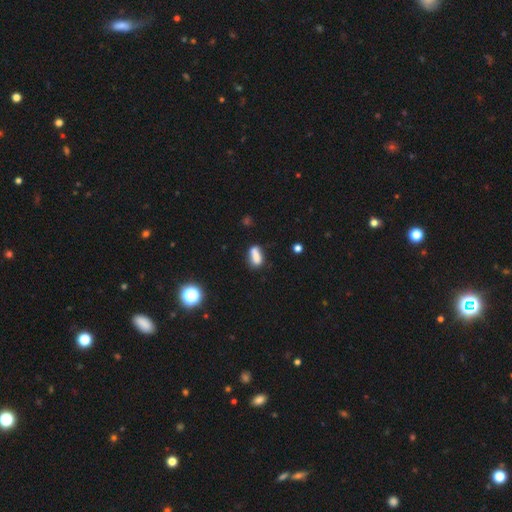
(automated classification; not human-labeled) The model was most divided on "merging": none: 52%, minor disturbance: 23%, merger: 17%, major disturbance: 8%. More confident: smooth or featured — smooth (76%); how rounded — in between (73%).